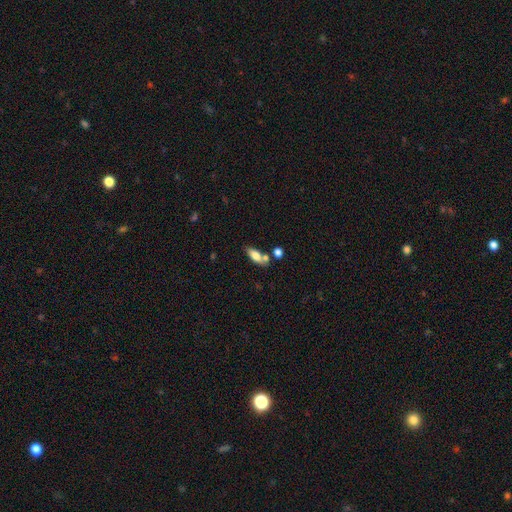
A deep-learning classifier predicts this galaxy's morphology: Smooth or featured? smooth (75%)
How rounded? in between (77%)
Merging? none (61%)